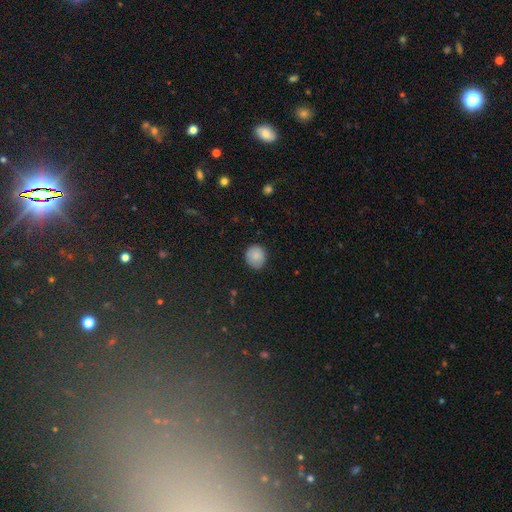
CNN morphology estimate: A smooth galaxy with no disk features (84%) that is round (82%). Merging: none (84%).